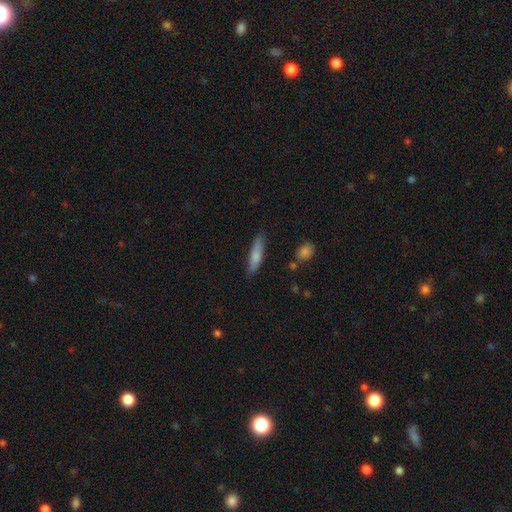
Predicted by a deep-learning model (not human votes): Smooth or featured: smooth — 73% (featured or disk — 21%)
How rounded: cigar-shaped — 78% (in between — 20%)
Merging: none — 81% (minor disturbance — 13%)